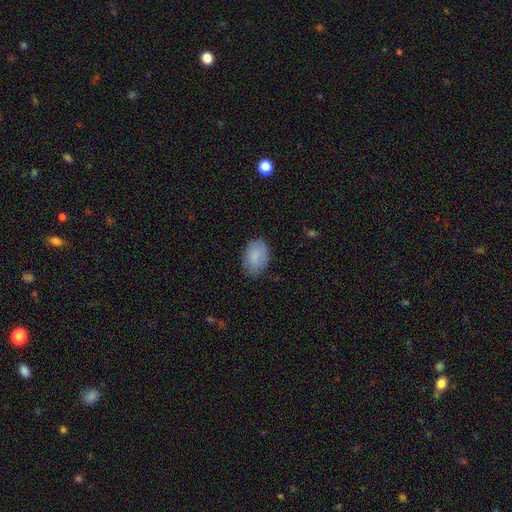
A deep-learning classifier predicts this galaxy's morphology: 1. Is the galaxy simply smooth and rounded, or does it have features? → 85% smooth, 8% featured or disk, 7% star or artifact.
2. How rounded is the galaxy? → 87% in between, 12% round, 1% cigar-shaped.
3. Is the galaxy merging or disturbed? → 77% none, 18% minor disturbance, 4% major disturbance, 1% merger.